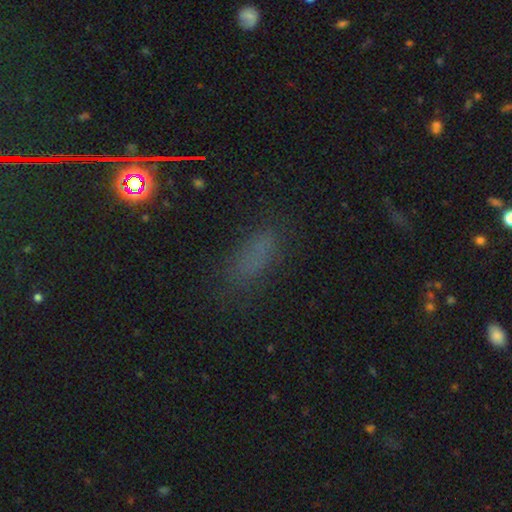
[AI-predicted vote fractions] Smooth or featured?
  - smooth: 60% *
  - star or artifact: 30%
  - featured or disk: 11%
How rounded?
  - in between: 61% *
  - cigar-shaped: 34%
  - round: 5%
Merging?
  - none: 74% *
  - minor disturbance: 16%
  - major disturbance: 7%
  - merger: 2%